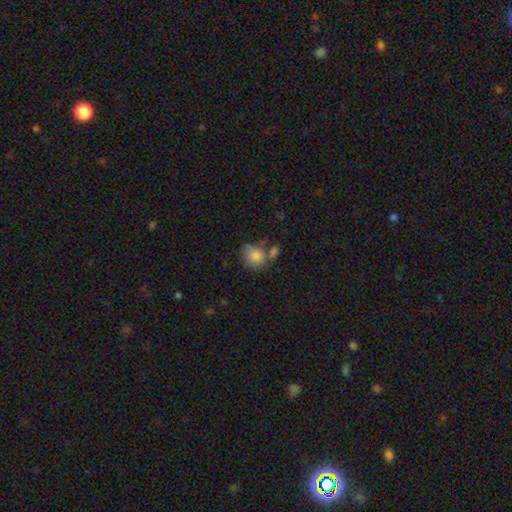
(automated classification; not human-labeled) Smooth or featured: smooth — 83% (featured or disk — 9%)
How rounded: round — 69% (in between — 30%)
Merging: none — 48% (merger — 24%)